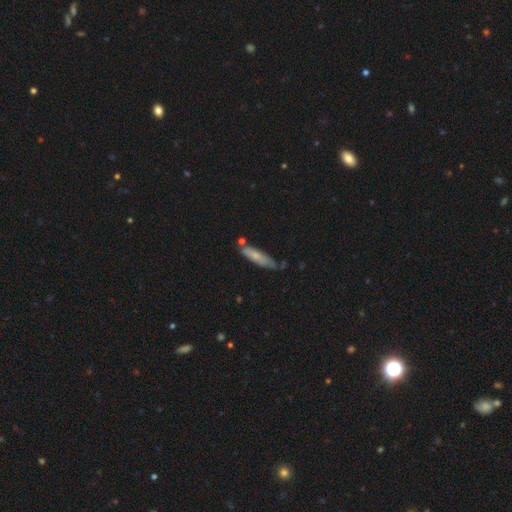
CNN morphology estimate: smooth-or-featured: smooth: 64% | featured or disk: 30% | star or artifact: 6%
  how-rounded: cigar-shaped: 72% | in between: 26% | round: 2%
  merging: none: 63% | minor disturbance: 23% | merger: 9% | major disturbance: 4%